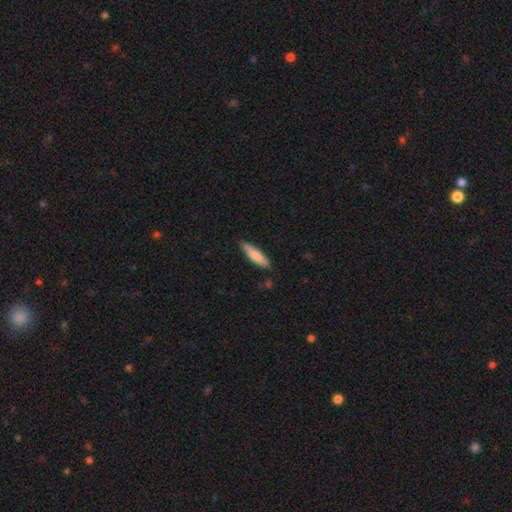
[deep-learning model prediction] A smooth galaxy with no disk features (79%) that is cigar-shaped (75%).

Vote fractions:
- Smooth or featured? smooth: 79% / featured or disk: 16% / star or artifact: 5%
- How rounded? cigar-shaped: 75% / in between: 23% / round: 1%
- Merging? none: 81% / minor disturbance: 15% / major disturbance: 2% / merger: 2%